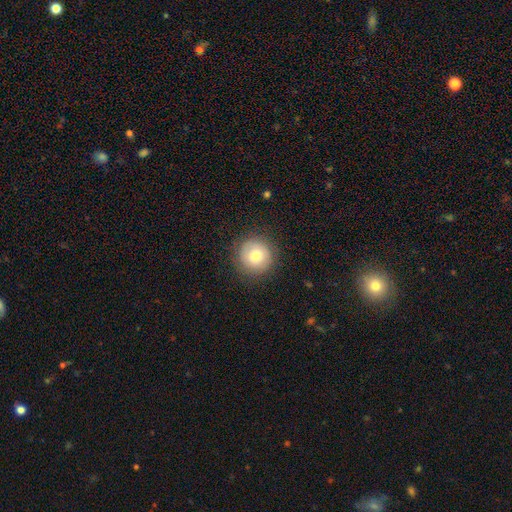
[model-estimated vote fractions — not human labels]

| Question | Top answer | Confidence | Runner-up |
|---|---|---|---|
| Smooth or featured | smooth | 76% | featured or disk (14%) |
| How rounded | round | 94% | in between (5%) |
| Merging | none | 87% | minor disturbance (9%) |